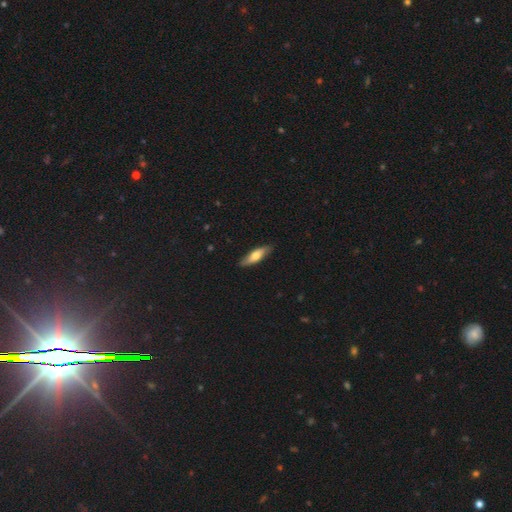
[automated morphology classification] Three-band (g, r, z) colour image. It shows a smooth galaxy with no disk features (61%) that is cigar-shaped (58%). Merging: none (85%).